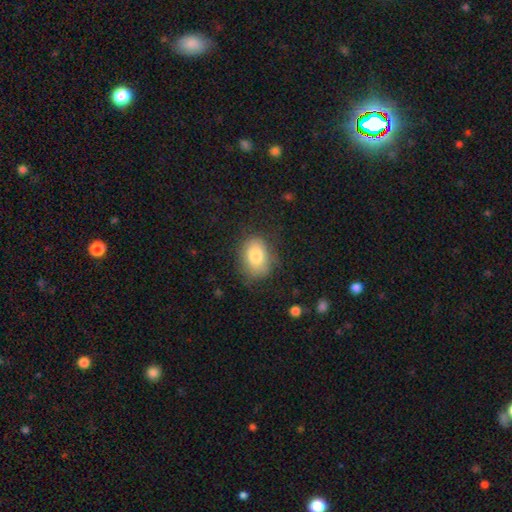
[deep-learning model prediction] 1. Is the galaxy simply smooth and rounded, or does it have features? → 81% smooth, 11% featured or disk, 8% star or artifact.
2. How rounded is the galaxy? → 76% in between, 23% round, 1% cigar-shaped.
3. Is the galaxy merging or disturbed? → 72% none, 20% minor disturbance, 7% major disturbance, 1% merger.